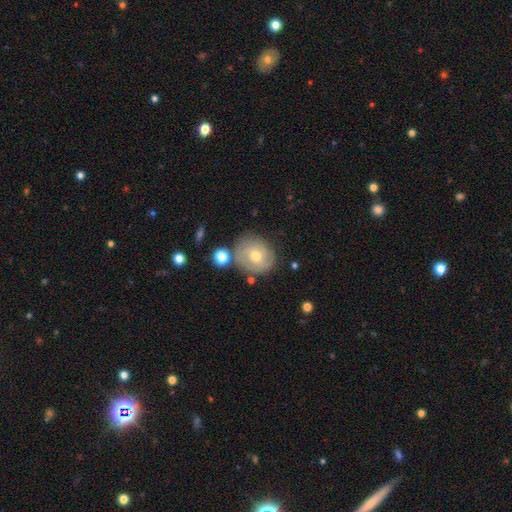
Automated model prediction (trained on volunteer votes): This is possibly a featured or disk galaxy (54%). It is clearly not viewed edge-on (96%). Bar: likely no (75%). Spiral arm pattern: likely yes (70%). Central bulge: possibly moderate (54%). Merging: likely none (68%).